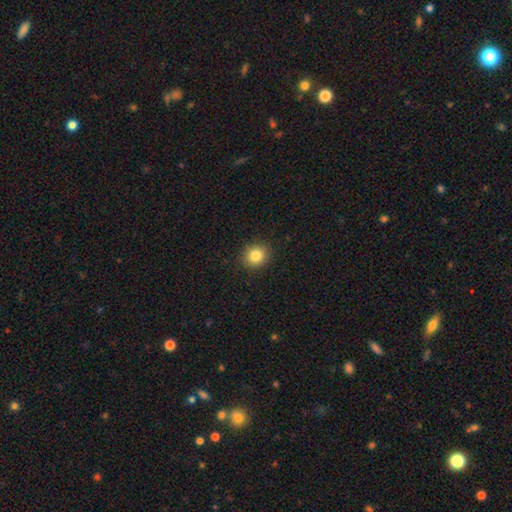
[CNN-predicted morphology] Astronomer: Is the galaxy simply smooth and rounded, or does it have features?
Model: smooth — 83%.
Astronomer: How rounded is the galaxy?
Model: round — 75%.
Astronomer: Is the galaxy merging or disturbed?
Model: none — 90%.